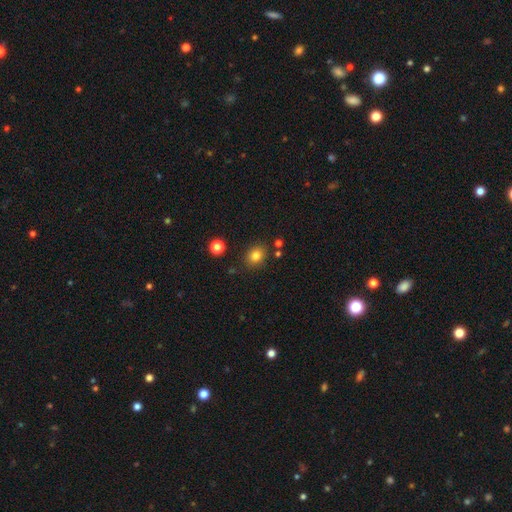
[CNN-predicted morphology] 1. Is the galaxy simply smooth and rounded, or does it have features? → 82% smooth, 12% star or artifact, 7% featured or disk.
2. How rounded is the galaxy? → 55% round, 44% in between, 1% cigar-shaped.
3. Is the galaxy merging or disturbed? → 83% none, 10% minor disturbance, 4% merger, 3% major disturbance.